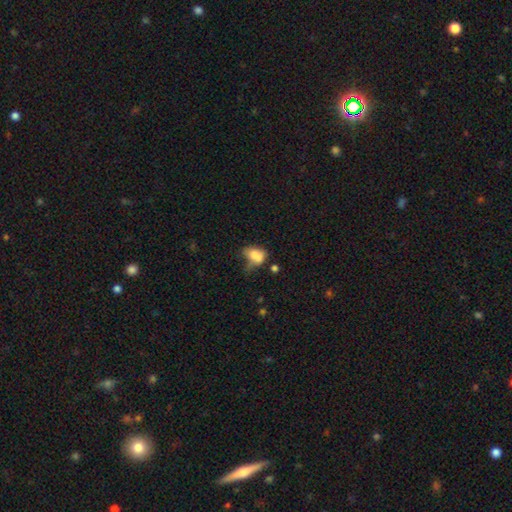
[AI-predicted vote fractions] This is likely a smooth galaxy (73%). How rounded: likely in between (77%). Merging: marginally minor disturbance (27%).